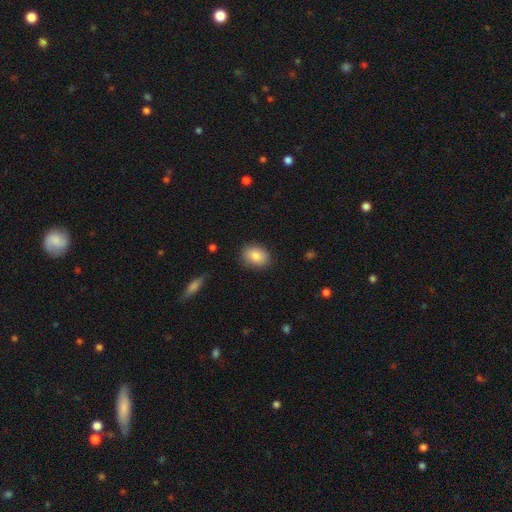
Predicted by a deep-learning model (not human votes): smooth 85%, star or artifact 8%, featured or disk 7%. Down the decision tree: how rounded — in between (64%); merging — none (85%).